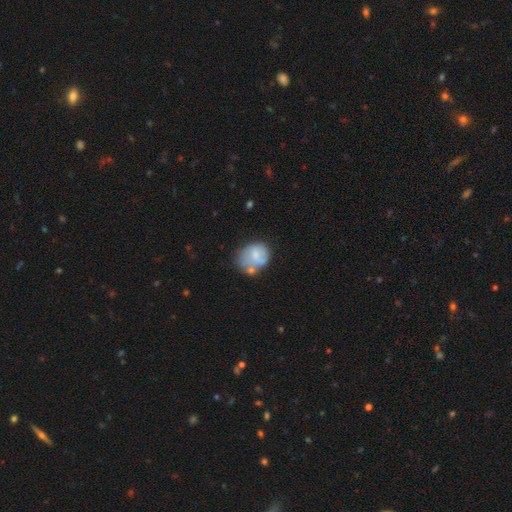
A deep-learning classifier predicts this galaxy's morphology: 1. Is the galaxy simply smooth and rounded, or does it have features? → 60% smooth, 33% featured or disk, 7% star or artifact.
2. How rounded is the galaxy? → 62% round, 37% in between, 1% cigar-shaped.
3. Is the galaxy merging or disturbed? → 40% none, 28% minor disturbance, 17% merger, 15% major disturbance.